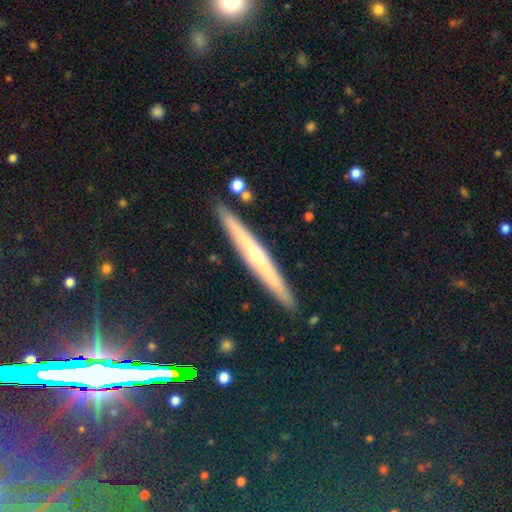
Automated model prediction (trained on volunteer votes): Smooth or featured? Predicted: featured or disk (p=0.63). Edge-on disk? Predicted: yes (p=0.96). Edge-on bulge? Predicted: rounded (p=0.70). Merging? Predicted: none (p=0.91).